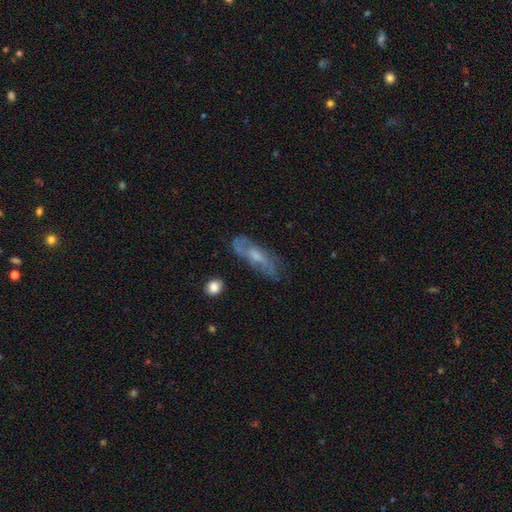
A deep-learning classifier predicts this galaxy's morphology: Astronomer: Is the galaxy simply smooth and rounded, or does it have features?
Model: featured or disk — 61%.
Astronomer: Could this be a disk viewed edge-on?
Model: no — 74%.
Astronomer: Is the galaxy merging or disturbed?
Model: none — 67%.